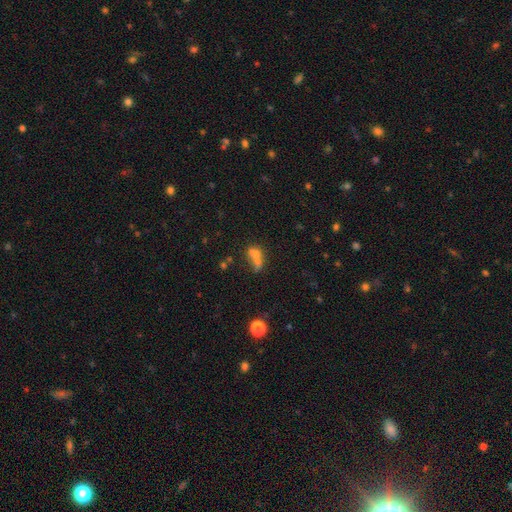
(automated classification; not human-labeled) This is possibly a smooth galaxy (60%). How rounded: possibly in between (55%). Merging: possibly merger (59%).